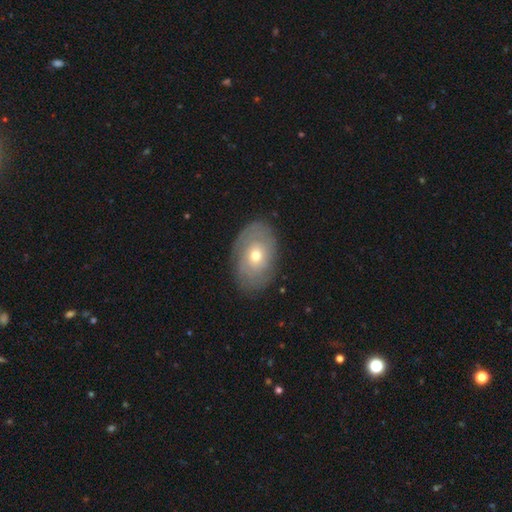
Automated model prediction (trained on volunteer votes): A featured or disk galaxy (54%). Merging: none (82%).